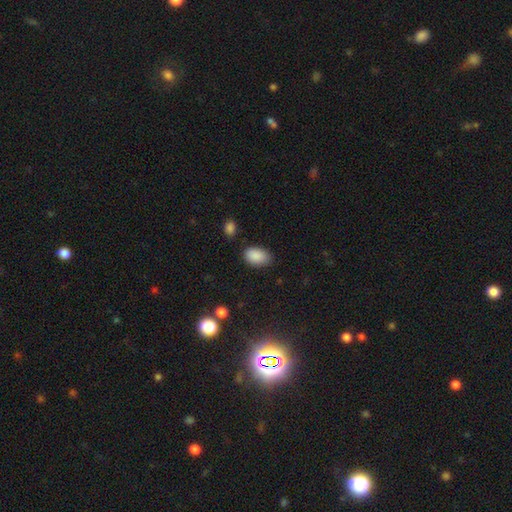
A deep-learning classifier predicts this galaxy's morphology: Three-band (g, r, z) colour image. It shows a smooth galaxy with no disk features (88%) that is in between round and cigar-shaped (91%). Merging: none (77%).